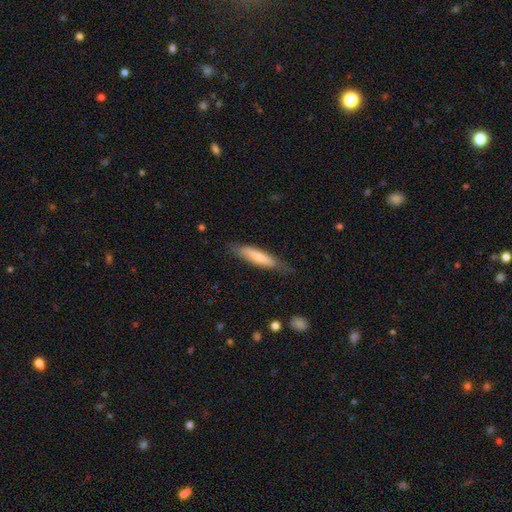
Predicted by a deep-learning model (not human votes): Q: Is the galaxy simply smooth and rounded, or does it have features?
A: smooth — 64%.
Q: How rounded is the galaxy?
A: cigar-shaped — 82%.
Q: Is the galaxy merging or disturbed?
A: none — 75%.